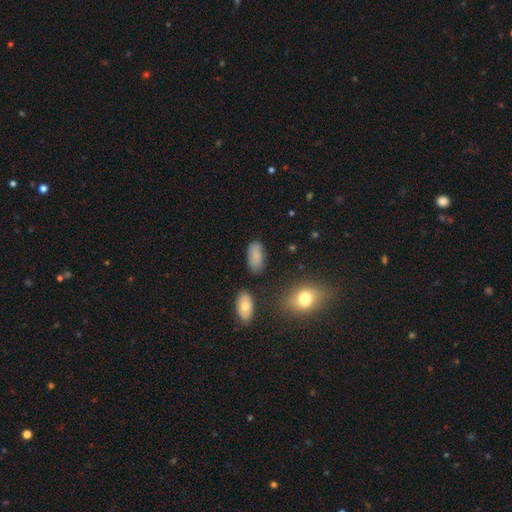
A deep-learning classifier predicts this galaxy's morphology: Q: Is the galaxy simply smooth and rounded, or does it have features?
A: smooth — 82%.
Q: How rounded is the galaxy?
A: in between — 93%.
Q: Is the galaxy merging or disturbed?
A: none — 79%.